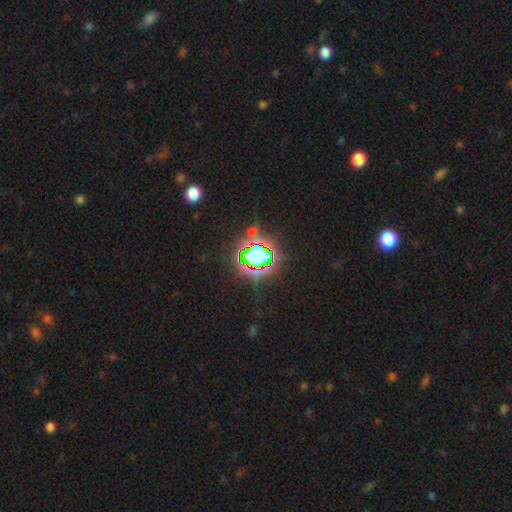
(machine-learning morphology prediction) The model was most divided on "smooth or featured": star or artifact: 72%, smooth: 17%, featured or disk: 11%.